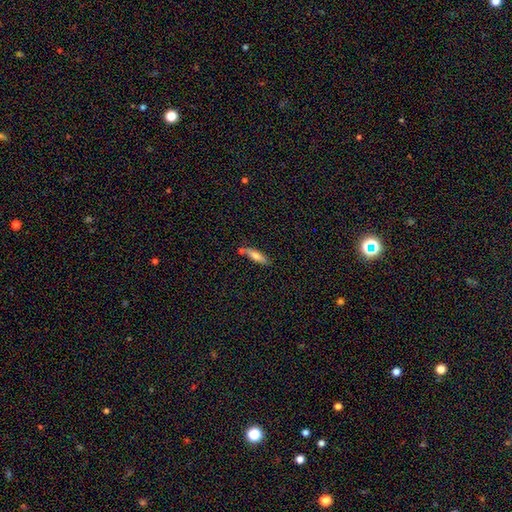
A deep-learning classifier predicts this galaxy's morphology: Q: Smooth or featured?
A: smooth (70%); runner-up: featured or disk (23%)
Q: How rounded?
A: cigar-shaped (60%); runner-up: in between (38%)
Q: Merging?
A: none (69%); runner-up: minor disturbance (16%)